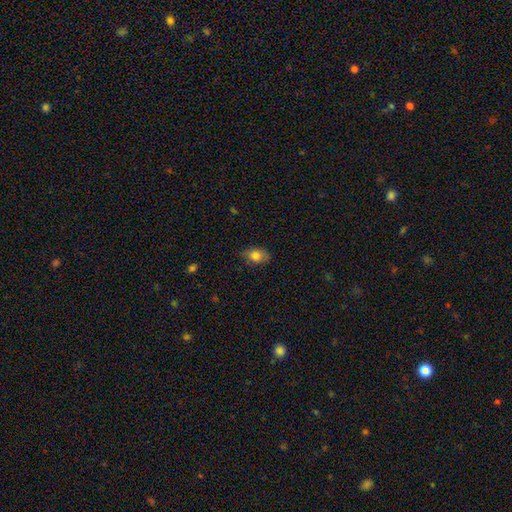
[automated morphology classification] smooth_or_featured: smooth (p=0.78) [alt: featured or disk p=0.13]
how_rounded: in between (p=0.82) [alt: round p=0.16]
merging: none (p=0.77) [alt: minor disturbance p=0.18]